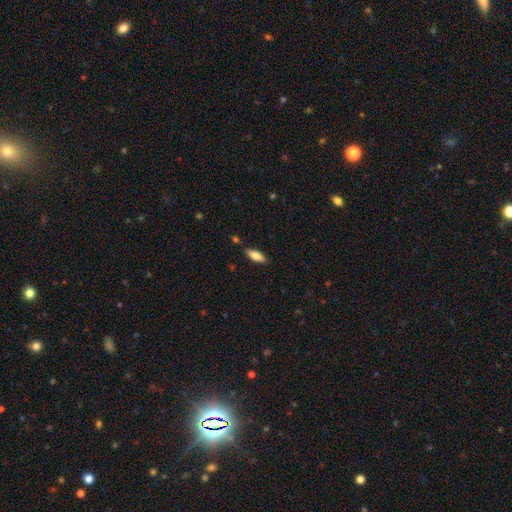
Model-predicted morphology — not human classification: smooth-or-featured: smooth: 70% | featured or disk: 24% | star or artifact: 6%
  how-rounded: in between: 63% | cigar-shaped: 35% | round: 2%
  merging: none: 84% | minor disturbance: 11% | merger: 3% | major disturbance: 2%